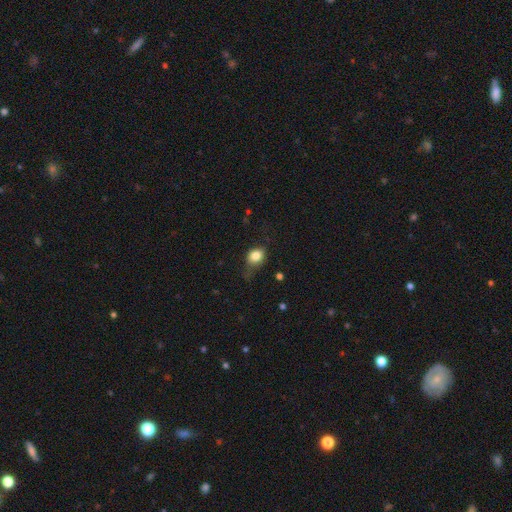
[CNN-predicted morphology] Smooth or featured: smooth — 81% (featured or disk — 9%)
How rounded: in between — 52% (round — 47%)
Merging: none — 49% (minor disturbance — 34%)